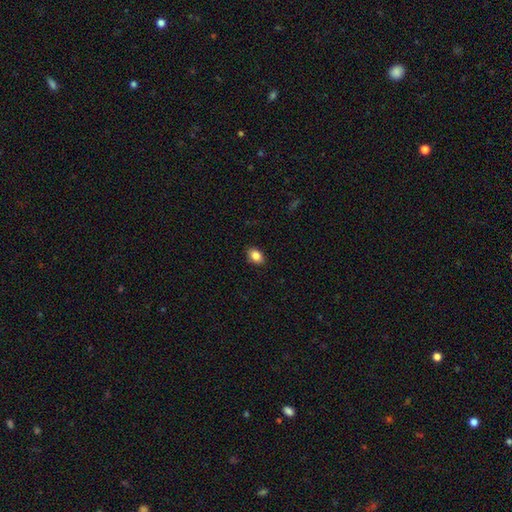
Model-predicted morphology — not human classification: Smooth or featured?
  - smooth: 85% *
  - star or artifact: 9%
  - featured or disk: 6%
How rounded?
  - in between: 81% *
  - round: 18%
  - cigar-shaped: 1%
Merging?
  - none: 89% *
  - minor disturbance: 9%
  - major disturbance: 2%
  - merger: 1%